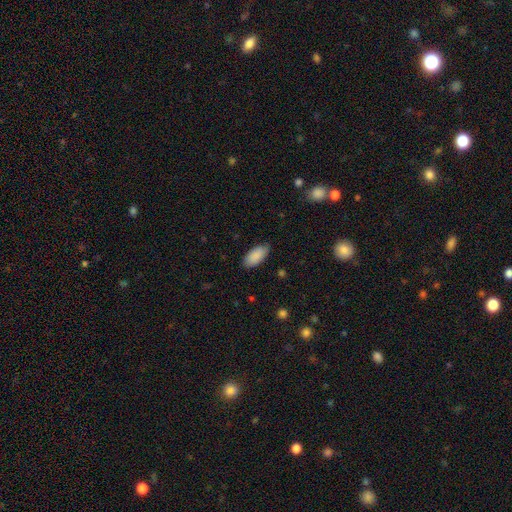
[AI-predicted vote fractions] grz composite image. It shows a smooth galaxy with no disk features (89%) that is in between round and cigar-shaped (93%). Merging: none (83%).